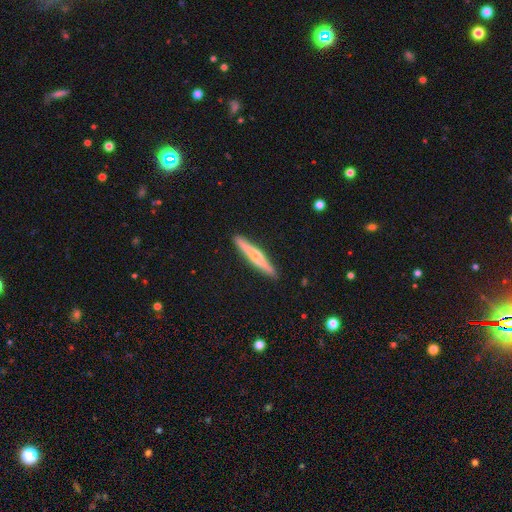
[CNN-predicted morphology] Smooth or featured? featured or disk (56%)
Edge-on disk? yes (95%)
Edge-on bulge? rounded (76%)
Merging? none (89%)